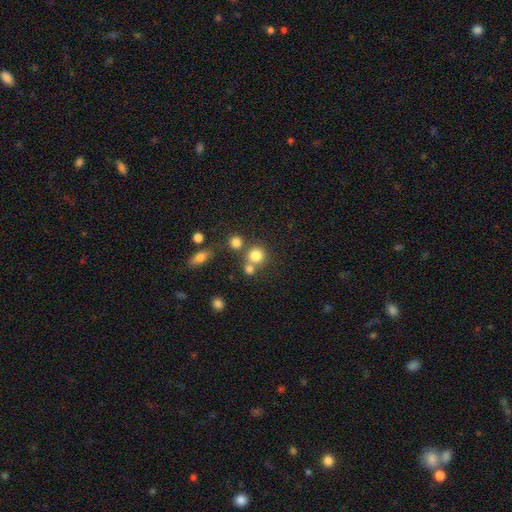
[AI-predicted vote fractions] Overall: smooth (79%). How rounded: round (89%). Merging: none (59%; merger 28%).